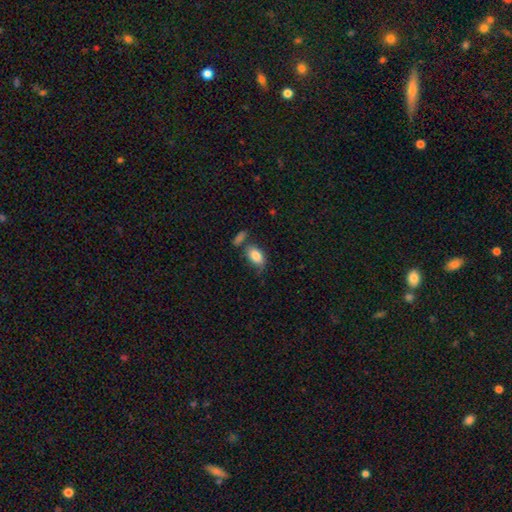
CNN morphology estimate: A smooth galaxy with no disk features (83%) that is in between round and cigar-shaped (90%). Merging: none (53%).